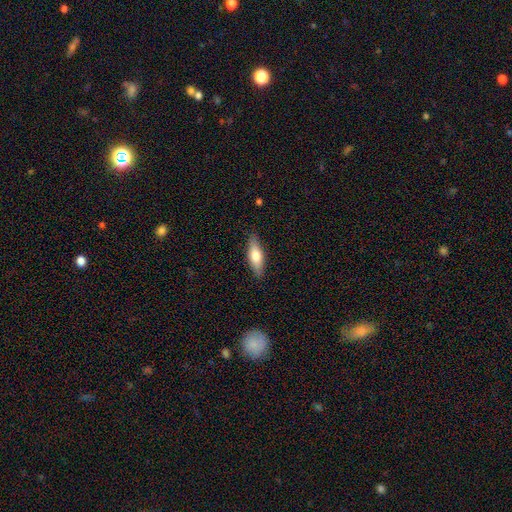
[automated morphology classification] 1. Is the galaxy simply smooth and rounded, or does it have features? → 65% smooth, 29% featured or disk, 6% star or artifact.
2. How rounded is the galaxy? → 55% in between, 43% cigar-shaped, 2% round.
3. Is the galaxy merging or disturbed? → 86% none, 11% minor disturbance, 2% major disturbance, 1% merger.